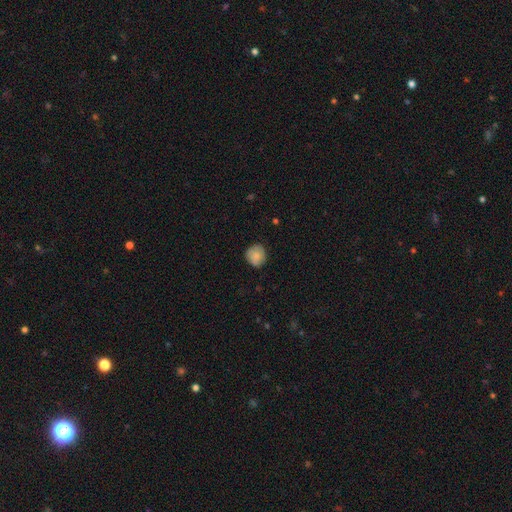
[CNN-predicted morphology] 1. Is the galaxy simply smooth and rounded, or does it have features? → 82% smooth, 11% featured or disk, 7% star or artifact.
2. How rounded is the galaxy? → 87% round, 12% in between, 1% cigar-shaped.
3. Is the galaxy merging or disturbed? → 78% none, 17% minor disturbance, 3% major disturbance, 1% merger.